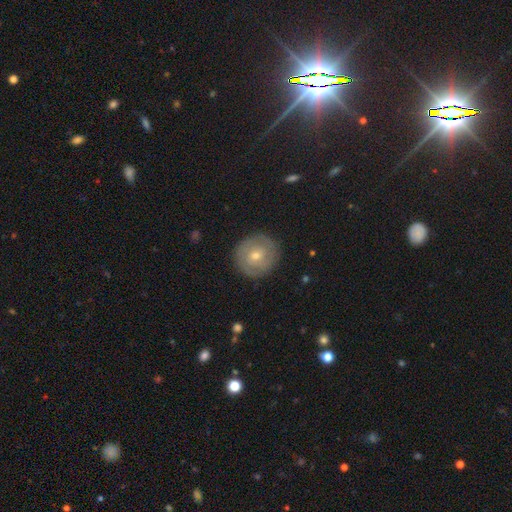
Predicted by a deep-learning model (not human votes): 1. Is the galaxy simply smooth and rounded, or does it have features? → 55% featured or disk, 36% smooth, 9% star or artifact.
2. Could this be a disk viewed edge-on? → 96% no, 4% yes.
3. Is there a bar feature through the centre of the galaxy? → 61% no, 32% weak, 7% strong.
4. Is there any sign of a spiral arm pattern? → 69% yes, 31% no.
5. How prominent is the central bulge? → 51% moderate, 46% small, 2% large, 1% none, 1% dominant.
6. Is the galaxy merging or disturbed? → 87% none, 9% minor disturbance, 3% major disturbance, 1% merger.